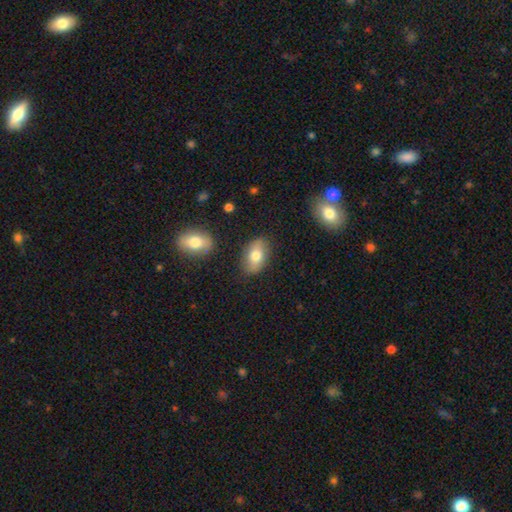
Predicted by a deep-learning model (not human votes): Smooth or featured? smooth (72%)
How rounded? in between (90%)
Merging? none (82%)